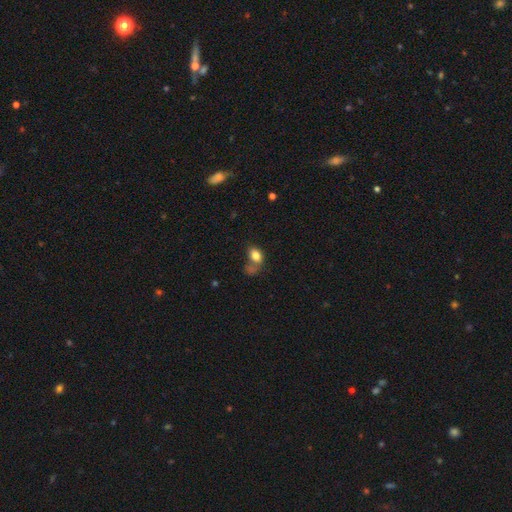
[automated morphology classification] type=smooth (80%); roundness=in between (74%); merging=none (36%).